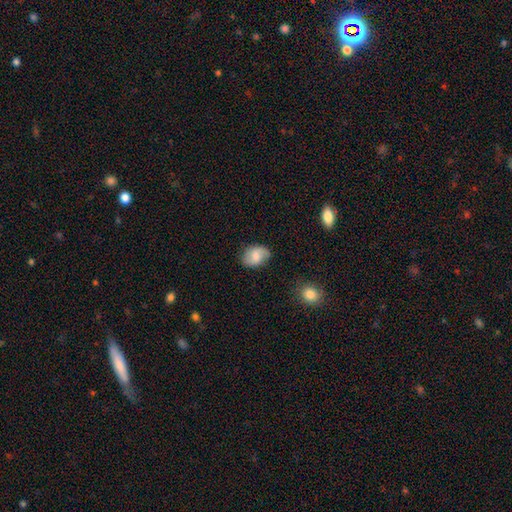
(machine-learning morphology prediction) A smooth galaxy with no disk features (61%) that is in between round and cigar-shaped (73%). Merging: none (74%).